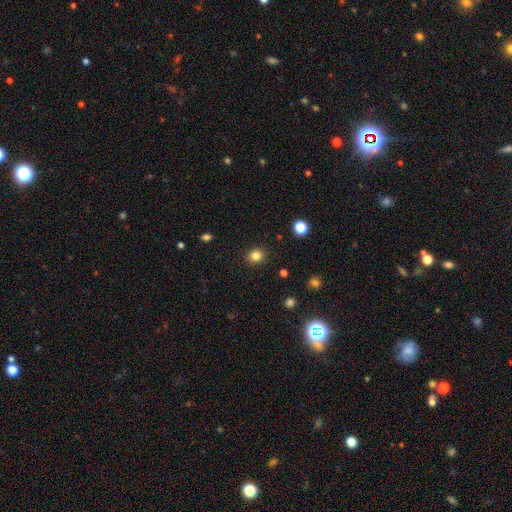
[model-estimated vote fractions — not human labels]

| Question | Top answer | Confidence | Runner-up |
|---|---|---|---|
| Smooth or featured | smooth | 82% | star or artifact (12%) |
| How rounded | round | 76% | in between (23%) |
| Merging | none | 90% | minor disturbance (7%) |